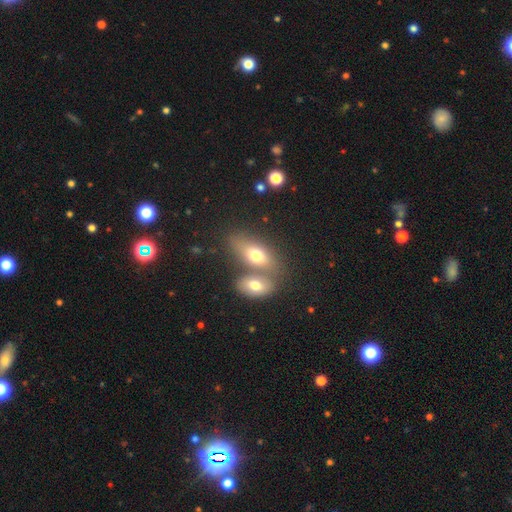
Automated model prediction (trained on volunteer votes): The model was most divided on "merging": merger: 49%, none: 37%, minor disturbance: 9%, major disturbance: 4%. More confident: how rounded — in between (83%); smooth or featured — smooth (68%).